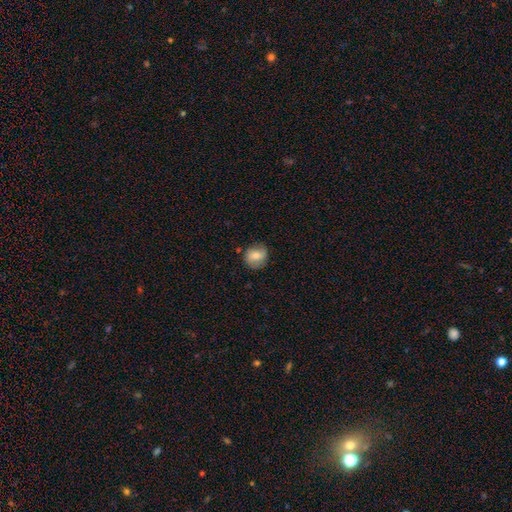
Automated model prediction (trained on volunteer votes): Smooth or featured: smooth — 70% (featured or disk — 21%)
How rounded: round — 75% (in between — 24%)
Merging: none — 75% (minor disturbance — 19%)